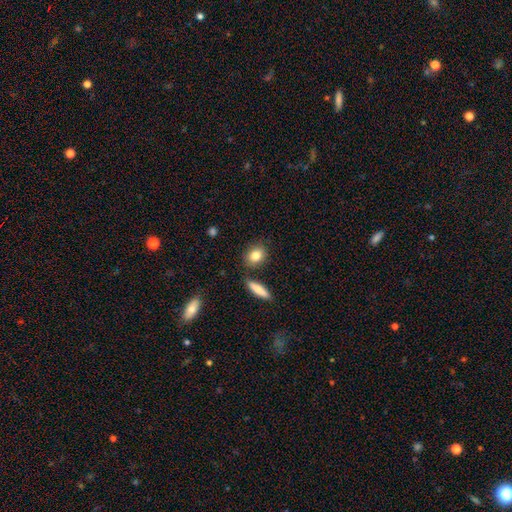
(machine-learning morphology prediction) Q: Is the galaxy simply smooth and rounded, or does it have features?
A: smooth — 83%.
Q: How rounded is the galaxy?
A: in between — 57%.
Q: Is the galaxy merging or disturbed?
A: none — 79%.